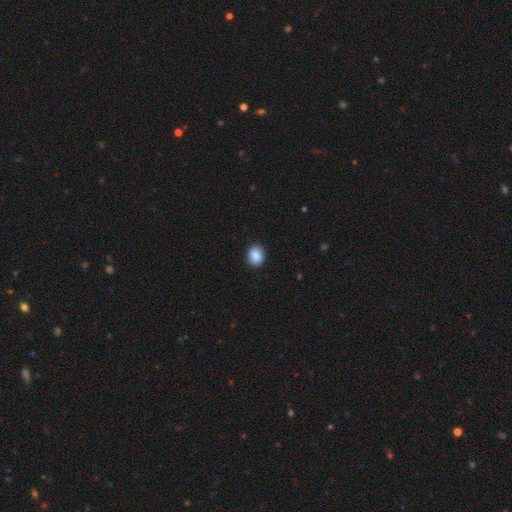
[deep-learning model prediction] The model was most divided on "how rounded": round: 59%, in between: 40%, cigar-shaped: 1%. More confident: merging — none (89%); smooth or featured — smooth (88%).